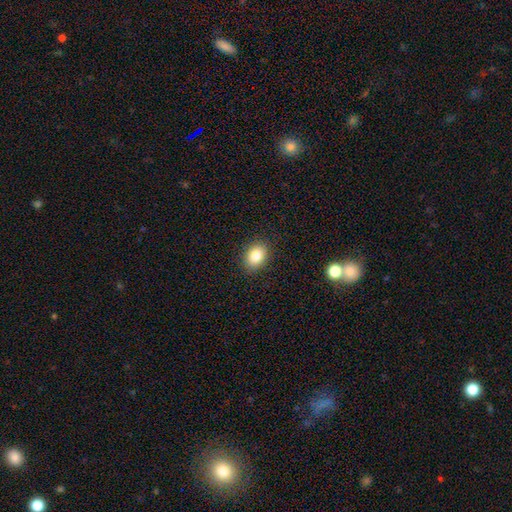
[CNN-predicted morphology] Smooth or featured? Predicted: smooth (p=0.83). How rounded? Predicted: in between (p=0.70). Merging? Predicted: none (p=0.89).